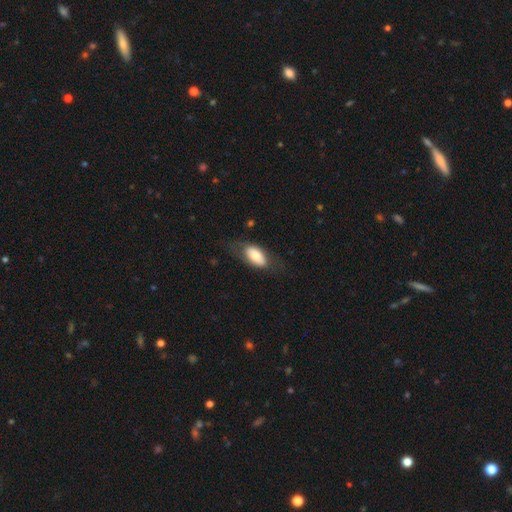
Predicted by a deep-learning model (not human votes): Smooth or featured? smooth (69%)
How rounded? in between (90%)
Merging? none (61%)